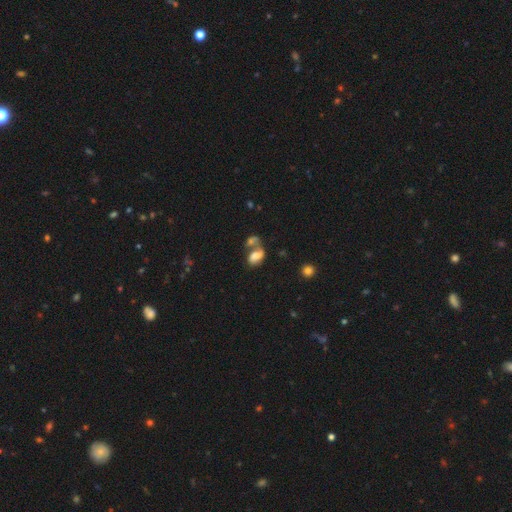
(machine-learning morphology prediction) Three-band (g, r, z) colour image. It shows a smooth galaxy with no disk features (65%) that is in between round and cigar-shaped (87%). Merging: merger (57%).